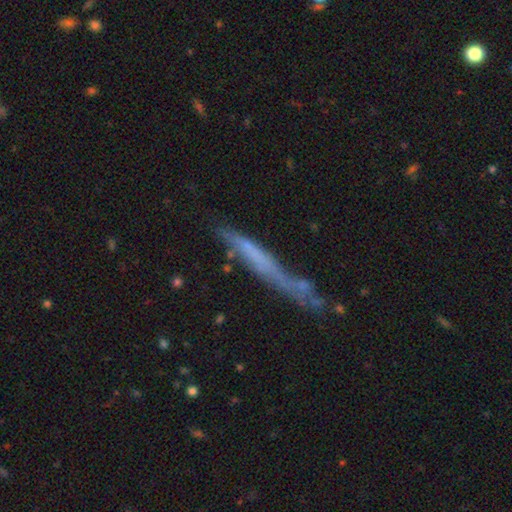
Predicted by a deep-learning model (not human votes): Q: Smooth or featured?
A: featured or disk (48%); runner-up: smooth (43%)
Q: Merging?
A: none (50%); runner-up: minor disturbance (25%)